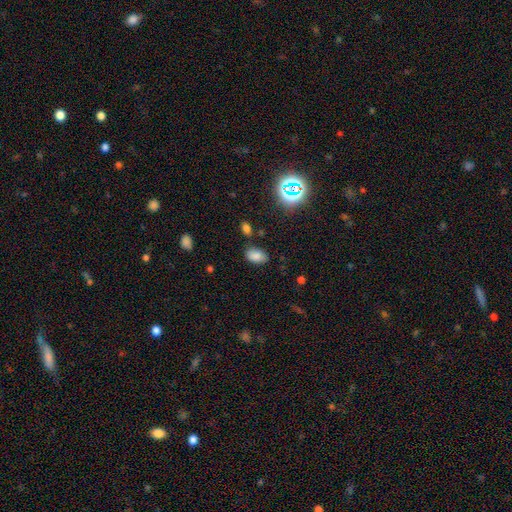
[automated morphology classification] Q: Smooth or featured?
A: smooth (77%); runner-up: star or artifact (15%)
Q: How rounded?
A: in between (89%); runner-up: round (9%)
Q: Merging?
A: none (78%); runner-up: minor disturbance (14%)